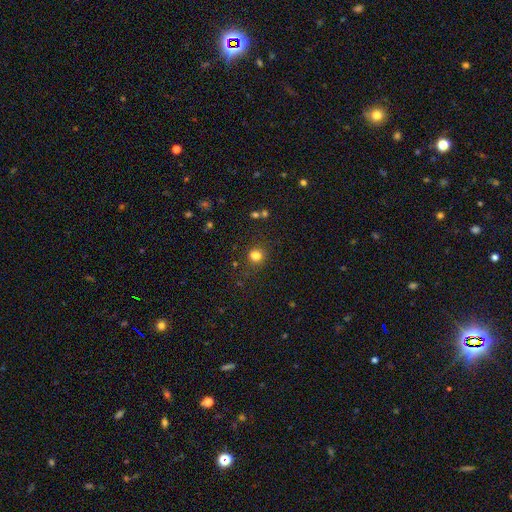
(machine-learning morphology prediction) Smooth or featured?
  - smooth: 79% *
  - star or artifact: 15%
  - featured or disk: 5%
How rounded?
  - round: 77% *
  - in between: 22%
  - cigar-shaped: 1%
Merging?
  - none: 77% *
  - minor disturbance: 12%
  - merger: 6%
  - major disturbance: 5%